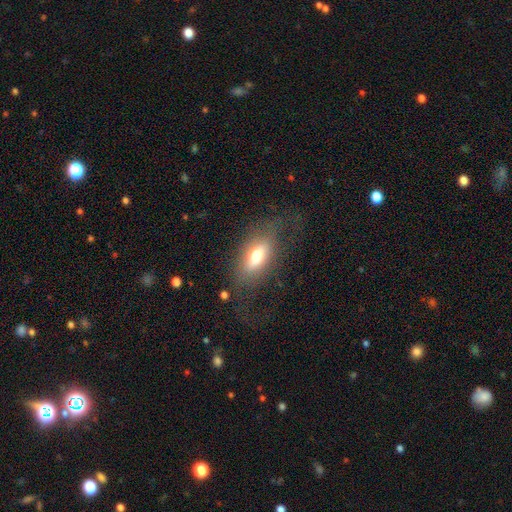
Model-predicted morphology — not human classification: This is likely a smooth galaxy (65%). How rounded: clearly in between (83%). Merging: likely none (62%).